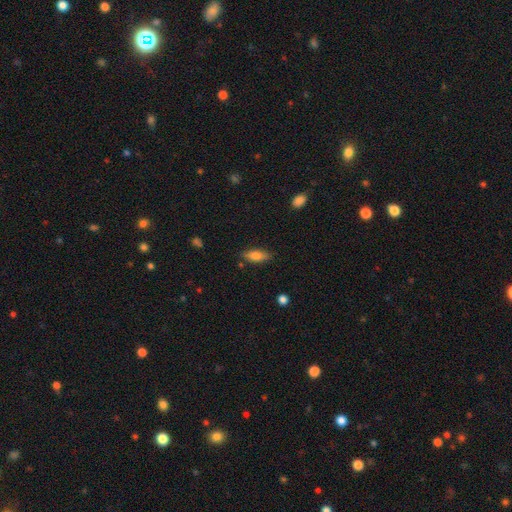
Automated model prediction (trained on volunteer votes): Smooth or featured? Predicted: smooth (p=0.76). How rounded? Predicted: in between (p=0.69). Merging? Predicted: none (p=0.82).